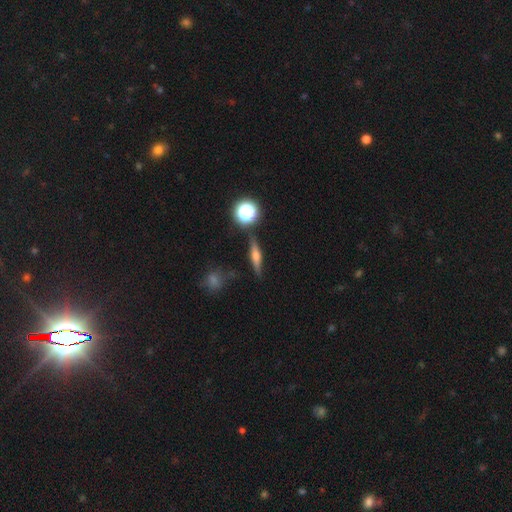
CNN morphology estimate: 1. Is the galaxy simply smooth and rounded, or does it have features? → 51% featured or disk, 37% smooth, 12% star or artifact.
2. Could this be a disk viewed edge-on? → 93% yes, 7% no.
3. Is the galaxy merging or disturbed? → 82% none, 11% minor disturbance, 4% merger, 3% major disturbance.